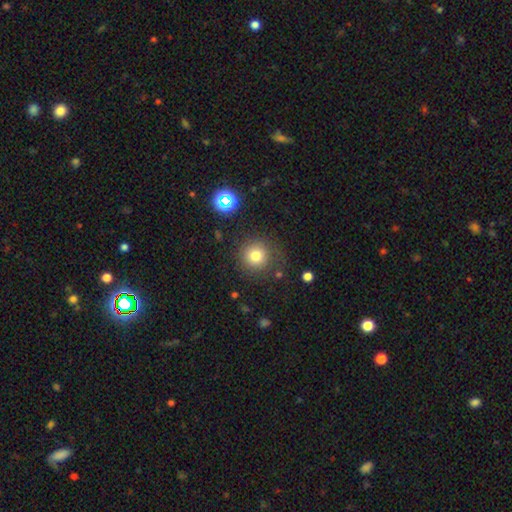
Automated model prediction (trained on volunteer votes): Smooth or featured? smooth (78%)
How rounded? round (94%)
Merging? none (81%)